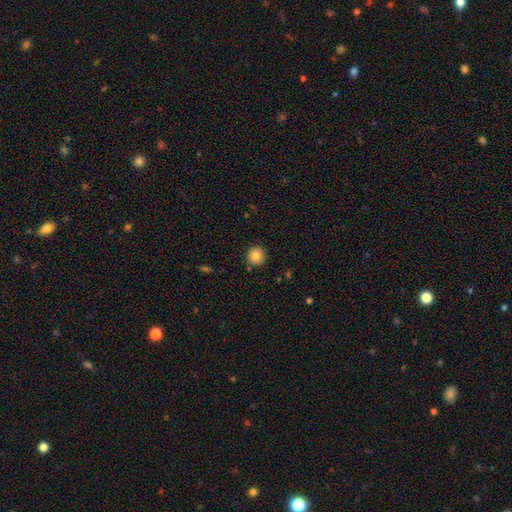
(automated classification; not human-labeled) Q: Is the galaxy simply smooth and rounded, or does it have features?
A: smooth — 85%.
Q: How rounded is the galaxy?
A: round — 94%.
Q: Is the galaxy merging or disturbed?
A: none — 90%.